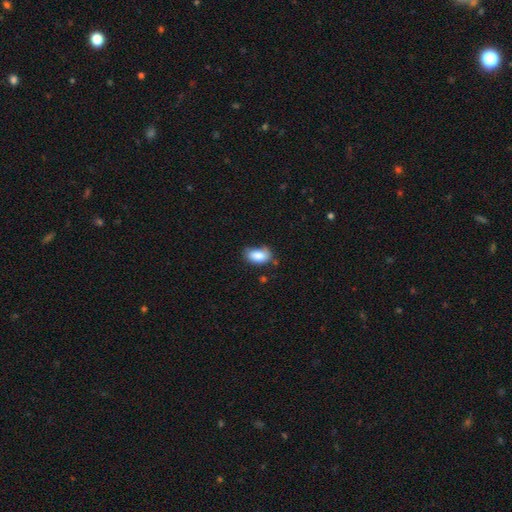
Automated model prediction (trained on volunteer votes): This is clearly a smooth galaxy (85%). How rounded: clearly in between (91%). Merging: possibly none (55%).